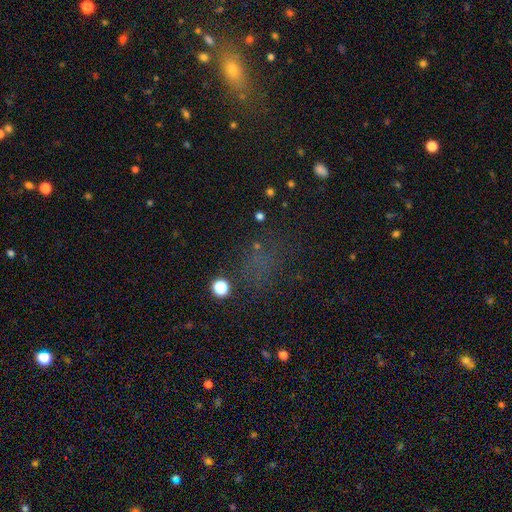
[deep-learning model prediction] A star or artifact, not a galaxy (44%, tied with smooth).